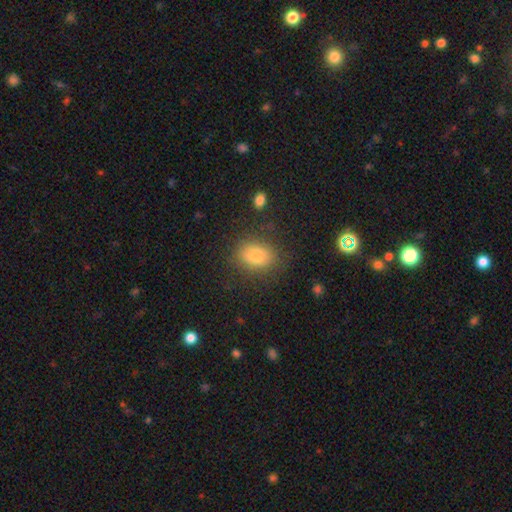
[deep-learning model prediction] Overall: smooth (80%). How rounded: in between (72%). Merging: none (80%).